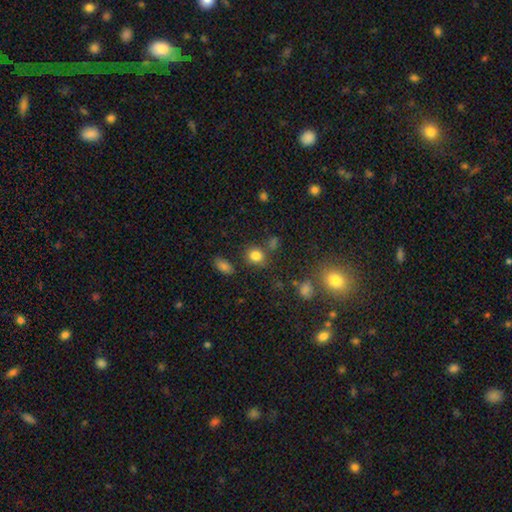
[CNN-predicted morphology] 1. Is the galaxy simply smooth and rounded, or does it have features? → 81% smooth, 13% star or artifact, 6% featured or disk.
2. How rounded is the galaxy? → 73% round, 26% in between, 1% cigar-shaped.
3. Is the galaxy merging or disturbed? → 74% none, 12% minor disturbance, 9% merger, 5% major disturbance.